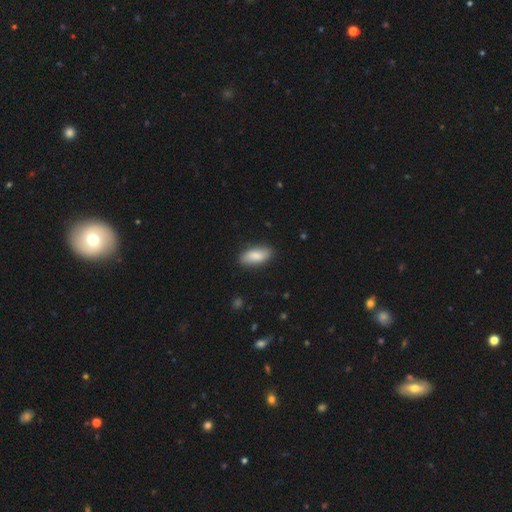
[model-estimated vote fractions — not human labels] A smooth galaxy with no disk features (84%) that is in between round and cigar-shaped (87%).

Vote fractions:
- Smooth or featured? smooth: 84% / featured or disk: 10% / star or artifact: 6%
- How rounded? in between: 87% / cigar-shaped: 11% / round: 2%
- Merging? none: 85% / minor disturbance: 11% / major disturbance: 2% / merger: 1%